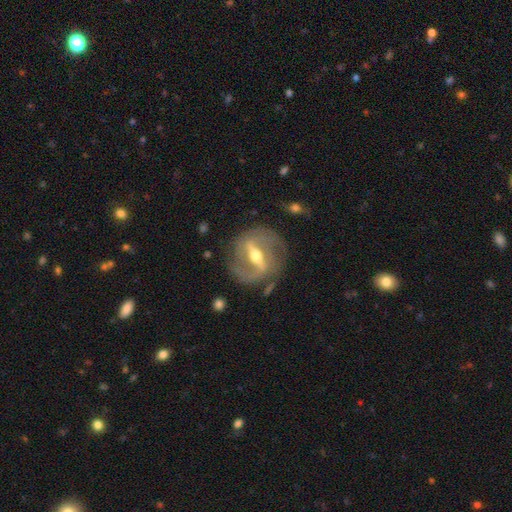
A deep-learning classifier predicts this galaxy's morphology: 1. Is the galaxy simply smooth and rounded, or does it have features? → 83% featured or disk, 10% smooth, 7% star or artifact.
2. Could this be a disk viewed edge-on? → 92% no, 8% yes.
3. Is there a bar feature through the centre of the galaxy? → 59% strong, 32% weak, 9% no.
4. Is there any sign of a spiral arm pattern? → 86% yes, 14% no.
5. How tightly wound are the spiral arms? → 42% medium, 37% tight, 21% loose.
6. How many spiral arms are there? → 70% 2, 15% can't tell, 6% 3, 5% 1, 2% 4, 2% more than 4.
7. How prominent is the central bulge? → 68% moderate, 25% small, 5% large, 1% none, 1% dominant.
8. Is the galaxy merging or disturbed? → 76% none, 15% minor disturbance, 7% major disturbance, 2% merger.